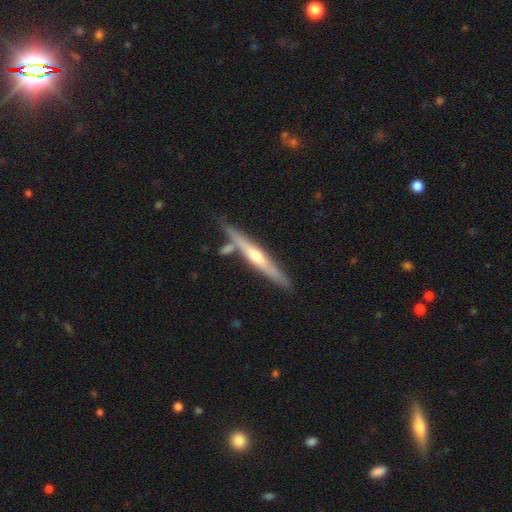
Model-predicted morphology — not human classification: Smooth or featured? featured or disk (66%)
Edge-on disk? yes (95%)
Edge-on bulge? rounded (78%)
Merging? none (75%)